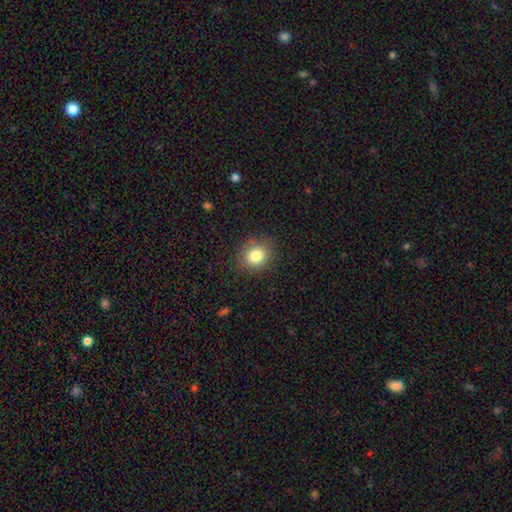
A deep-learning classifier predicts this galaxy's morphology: smooth 81%, star or artifact 11%, featured or disk 8%. Down the decision tree: how rounded — round (75%); merging — none (86%).